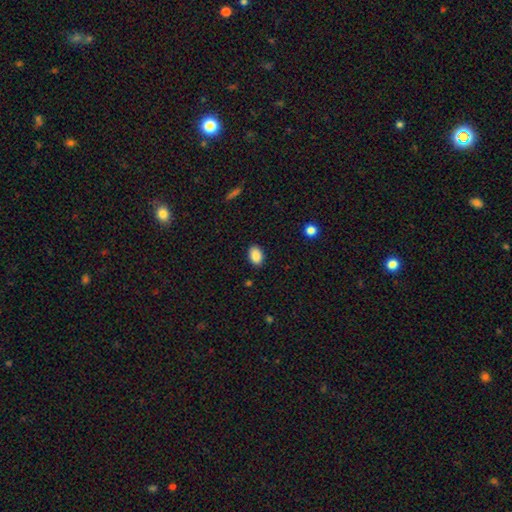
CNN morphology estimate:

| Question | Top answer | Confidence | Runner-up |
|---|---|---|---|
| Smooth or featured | smooth | 88% | star or artifact (8%) |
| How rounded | in between | 86% | round (13%) |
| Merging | none | 88% | minor disturbance (8%) |